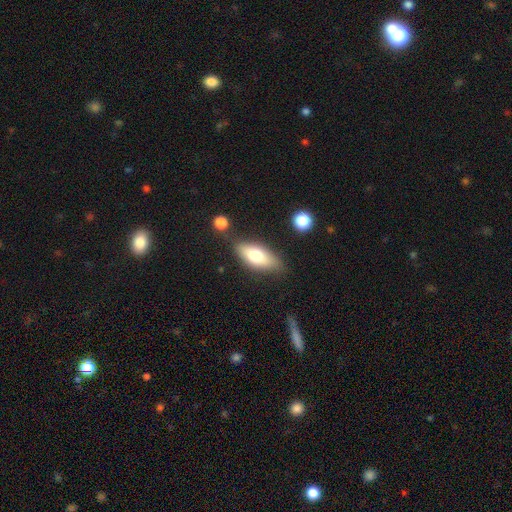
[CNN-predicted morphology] smooth-or-featured: smooth: 69% | featured or disk: 25% | star or artifact: 7%
  how-rounded: in between: 78% | cigar-shaped: 19% | round: 3%
  merging: none: 74% | minor disturbance: 17% | merger: 5% | major disturbance: 4%